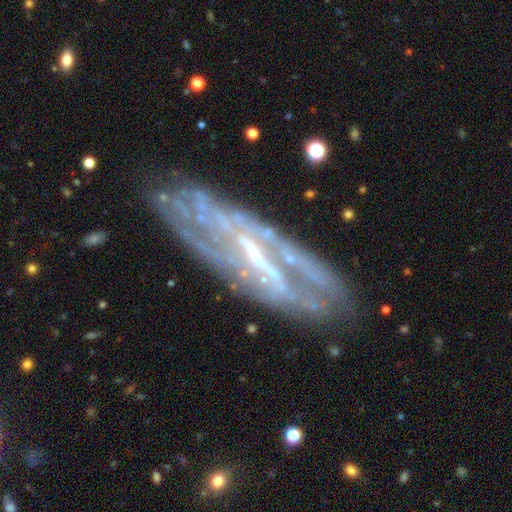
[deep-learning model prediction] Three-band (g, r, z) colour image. It shows a featured or disk galaxy (81%) with a strong bar (54%), spiral arms (66%) and a small central bulge (34%). Merging: none (65%).